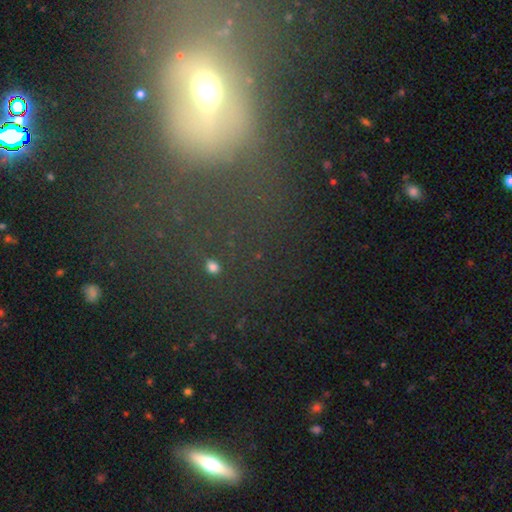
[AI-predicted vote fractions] Smooth or featured?
  - smooth: 42% *
  - star or artifact: 31%
  - featured or disk: 27%
Merging?
  - none: 42% *
  - major disturbance: 30%
  - minor disturbance: 17%
  - merger: 11%